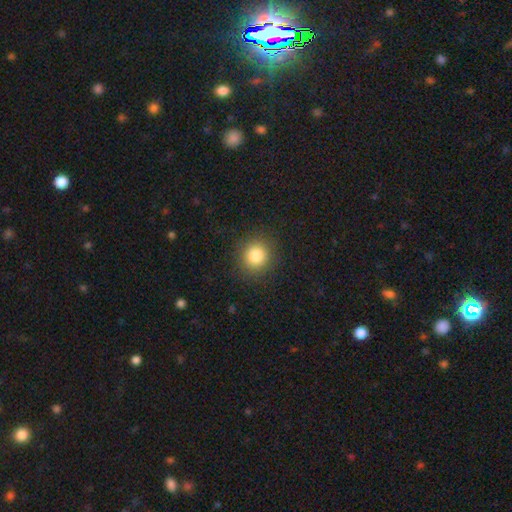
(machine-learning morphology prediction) Smooth or featured? Predicted: smooth (p=0.82). How rounded? Predicted: round (p=0.88). Merging? Predicted: none (p=0.89).